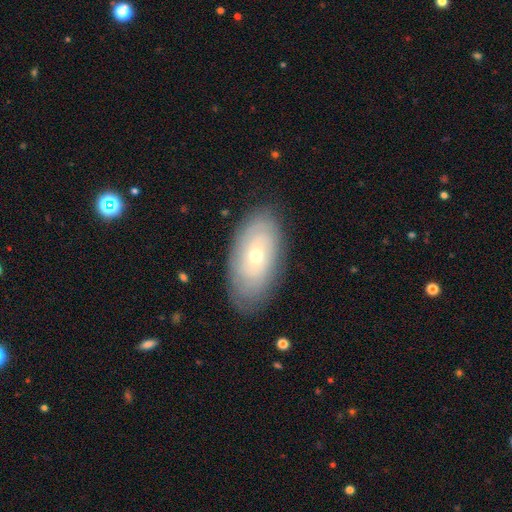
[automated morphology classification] The model was most divided on "smooth or featured": featured or disk: 55%, smooth: 37%, star or artifact: 8%. More confident: edge-on disk — no (90%); merging — none (82%).